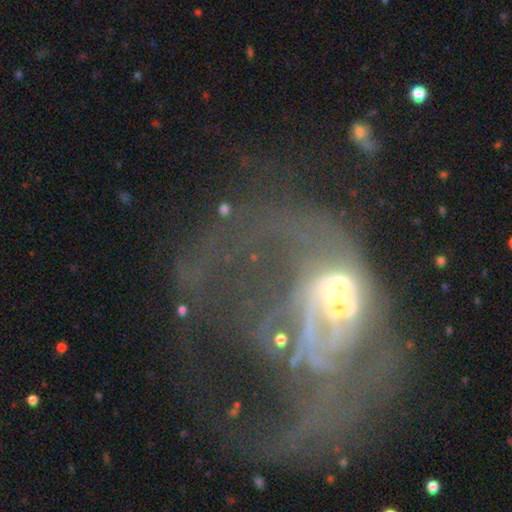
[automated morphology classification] smooth-or-featured: featured or disk: 72% | star or artifact: 14% | smooth: 14%
  disk-edge-on: no: 97% | yes: 3%
    bar: no: 68% | weak: 23% | strong: 8%
    has-spiral-arms: yes: 57% | no: 43%
    bulge-size: moderate: 47% | small: 27% | large: 12% | none: 11% | dominant: 3%
  merging: major disturbance: 50% | merger: 28% | none: 14% | minor disturbance: 8%